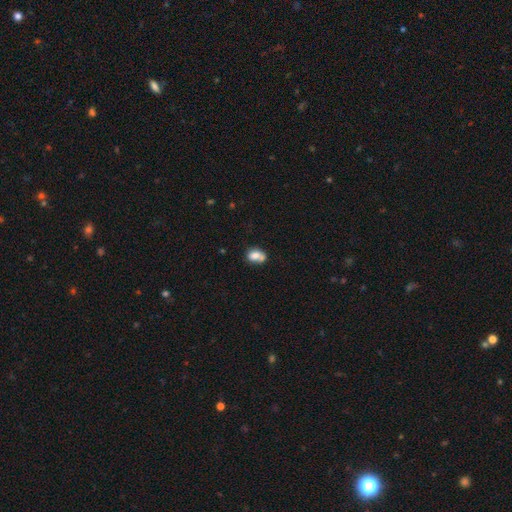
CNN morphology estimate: Smooth or featured? Predicted: smooth (p=0.75). How rounded? Predicted: in between (p=0.63). Merging? Predicted: merger (p=0.41).